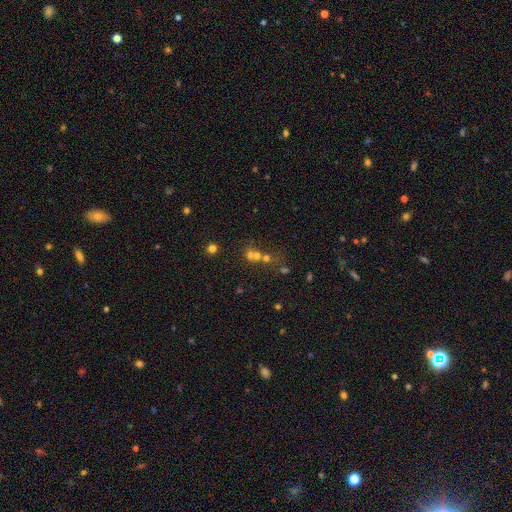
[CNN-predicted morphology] Overall: smooth (51%; star or artifact 29%). How rounded: round (80%). Merging: merger (51%; none 37%).